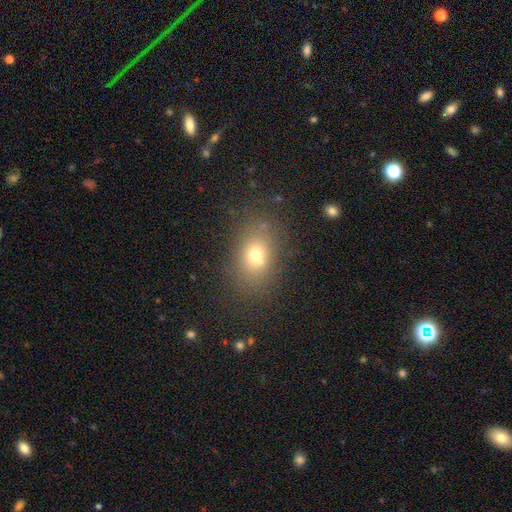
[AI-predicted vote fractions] smooth-or-featured: smooth: 71% | star or artifact: 15% | featured or disk: 15%
  how-rounded: in between: 71% | round: 27% | cigar-shaped: 2%
  merging: none: 71% | minor disturbance: 14% | merger: 9% | major disturbance: 6%